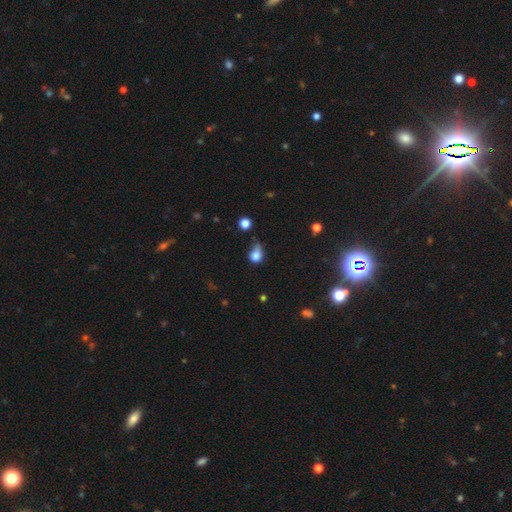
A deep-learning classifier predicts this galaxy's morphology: Smooth or featured: smooth — 75% (star or artifact — 13%)
How rounded: round — 58% (in between — 40%)
Merging: minor disturbance — 35% (none — 31%)